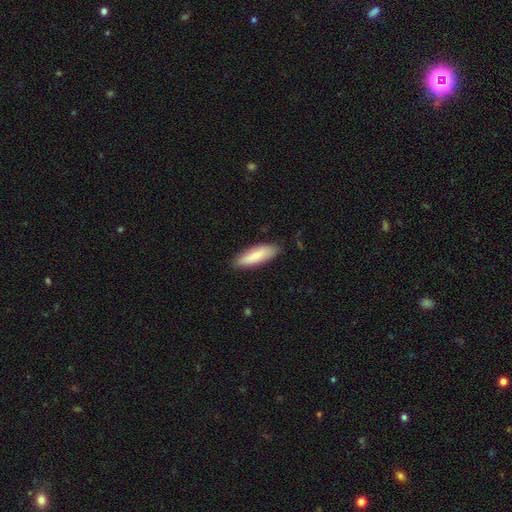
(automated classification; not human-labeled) The model was most divided on "how rounded": in between: 54%, cigar-shaped: 44%, round: 2%. More confident: merging — none (85%); smooth or featured — smooth (77%).